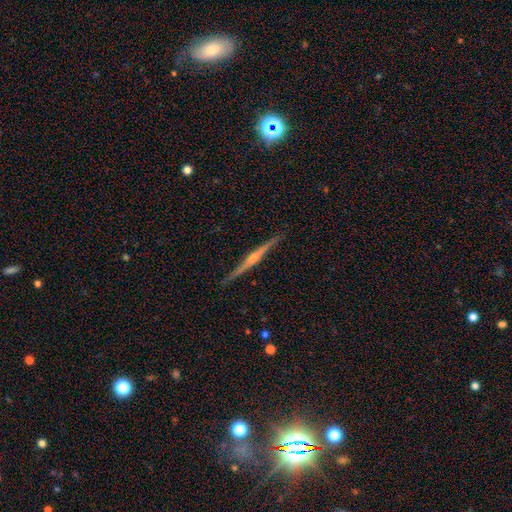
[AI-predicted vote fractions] Smooth or featured?
  - featured or disk: 79% *
  - smooth: 15%
  - star or artifact: 6%
Edge-on disk?
  - yes: 98% *
  - no: 2%
Edge-on bulge?
  - rounded: 63% *
  - none: 22%
  - boxy: 15%
Merging?
  - none: 91% *
  - minor disturbance: 6%
  - major disturbance: 1%
  - merger: 1%